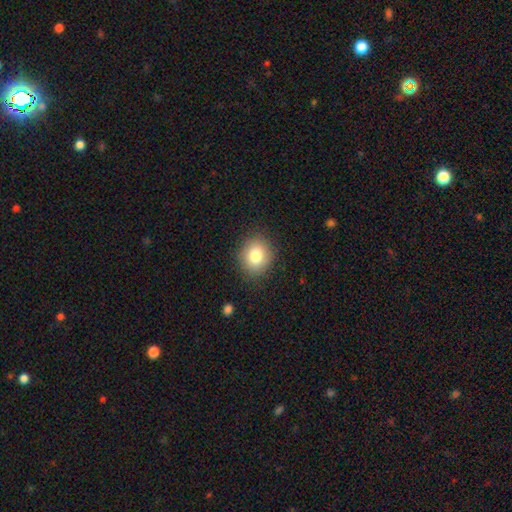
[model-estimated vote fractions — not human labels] The model was most divided on "how rounded": round: 69%, in between: 30%, cigar-shaped: 1%. More confident: merging — none (86%); smooth or featured — smooth (80%).